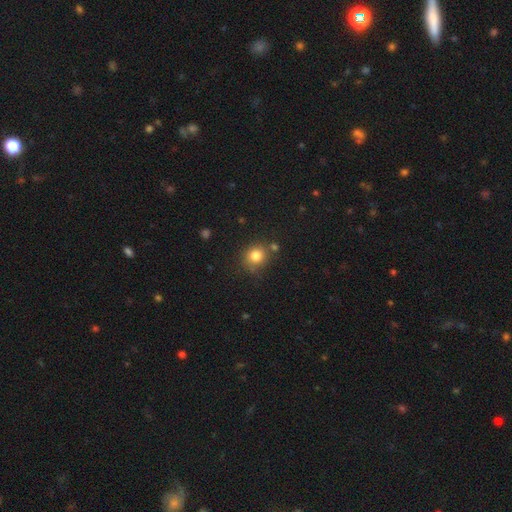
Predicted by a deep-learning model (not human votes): This appears to be a smooth galaxy with no disk features (81%) that is round (83%). Merging: none (73%).